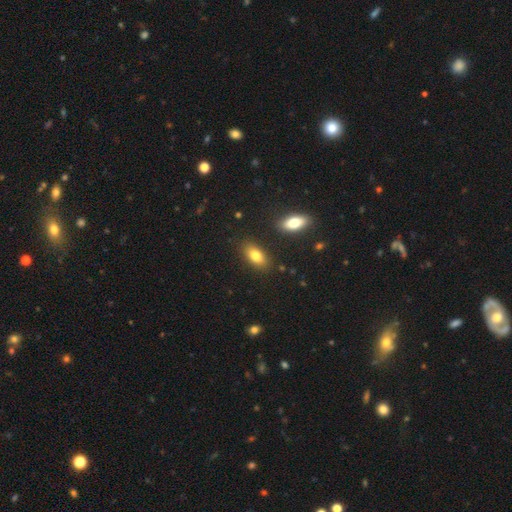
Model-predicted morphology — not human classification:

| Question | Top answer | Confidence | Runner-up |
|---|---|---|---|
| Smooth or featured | smooth | 80% | featured or disk (12%) |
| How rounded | in between | 88% | cigar-shaped (7%) |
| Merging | none | 85% | minor disturbance (9%) |